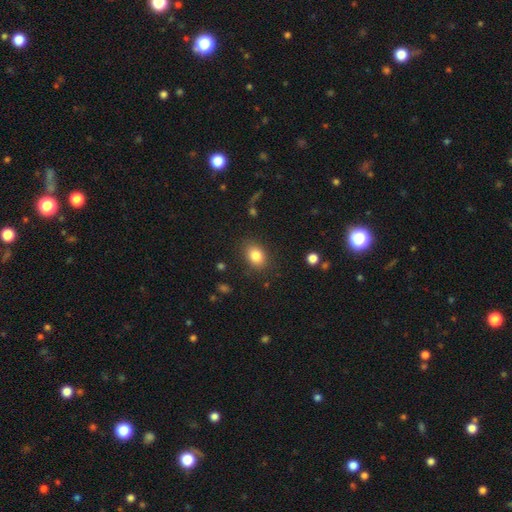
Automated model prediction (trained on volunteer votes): This appears to be a smooth galaxy with no disk features (84%) that is in between round and cigar-shaped (69%). Merging: none (84%).